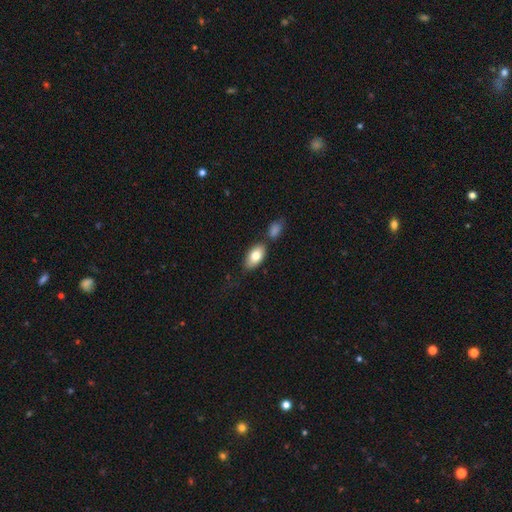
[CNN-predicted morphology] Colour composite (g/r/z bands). It shows a smooth galaxy with no disk features (80%) that is in between round and cigar-shaped (92%). Merging: none (68%).